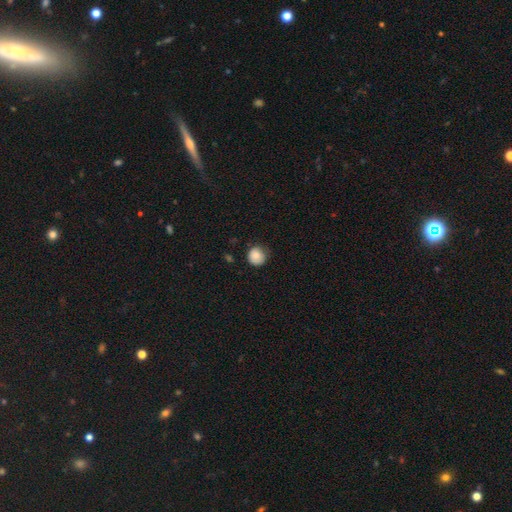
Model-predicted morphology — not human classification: This is clearly a smooth galaxy (85%). How rounded: clearly round (90%). Merging: likely none (69%).